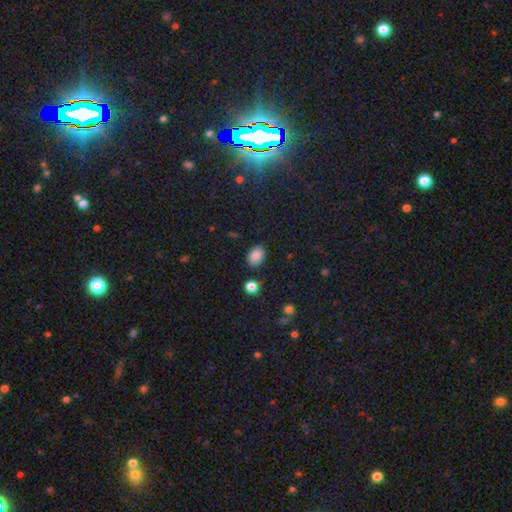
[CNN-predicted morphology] This appears to be a smooth galaxy with no disk features (86%) that is in between round and cigar-shaped (78%). Merging: none (81%).